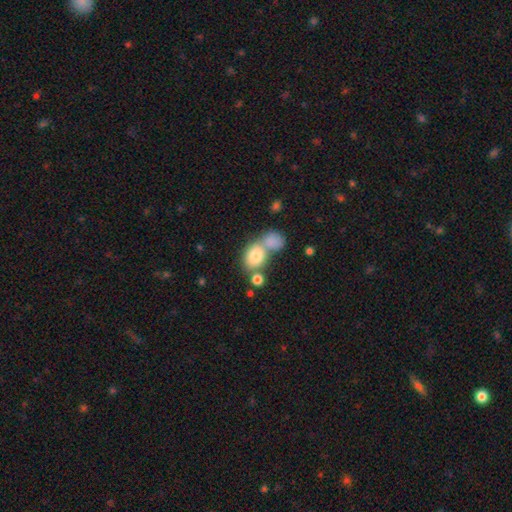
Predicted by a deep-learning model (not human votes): Morphology: type=smooth (80%); roundness=in between (63%); merging=merger (48%).